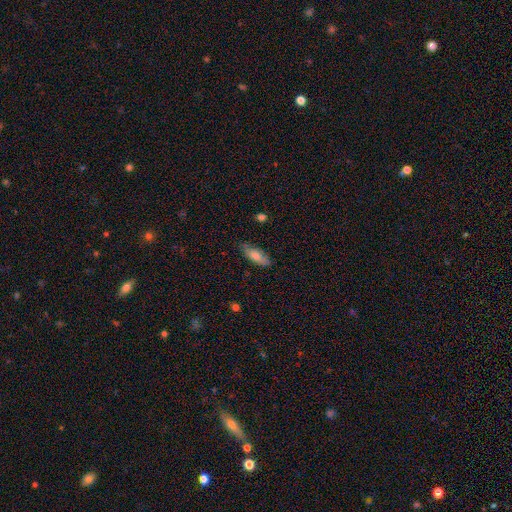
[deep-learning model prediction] This is likely a smooth galaxy (73%). How rounded: likely in between (63%). Merging: likely none (77%).